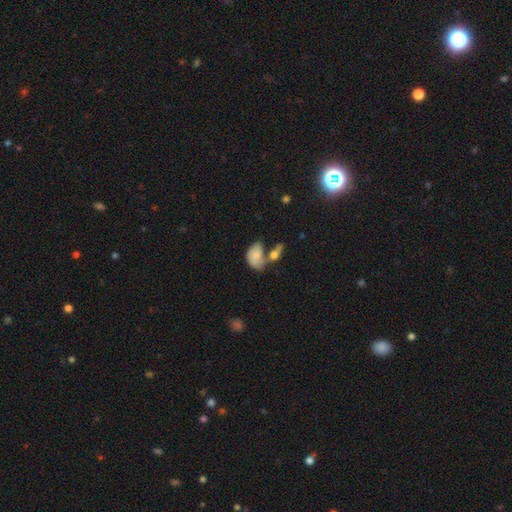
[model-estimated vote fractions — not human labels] This is likely a smooth galaxy (66%). How rounded: clearly in between (86%). Merging: marginally merger (44%).